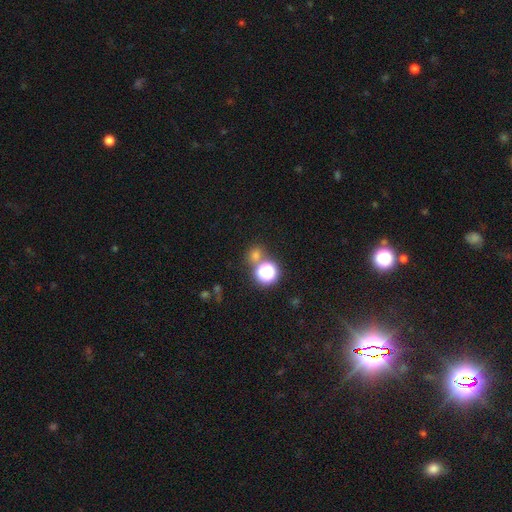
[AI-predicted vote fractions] Q: Smooth or featured?
A: smooth (62%); runner-up: star or artifact (31%)
Q: How rounded?
A: round (77%); runner-up: in between (21%)
Q: Merging?
A: none (67%); runner-up: merger (20%)